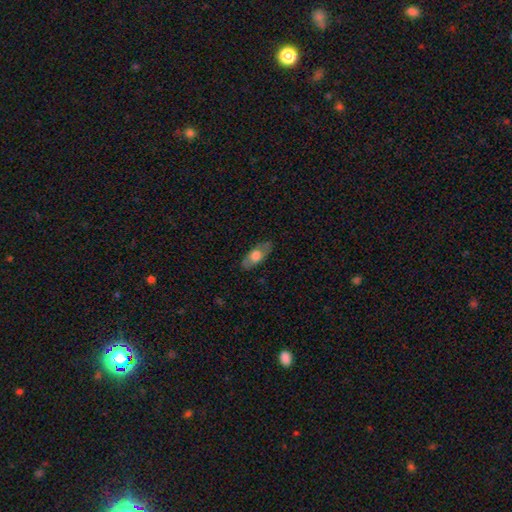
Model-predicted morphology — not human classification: This appears to be a smooth galaxy with no disk features (62%) that is in between round and cigar-shaped (81%). Merging: none (82%).